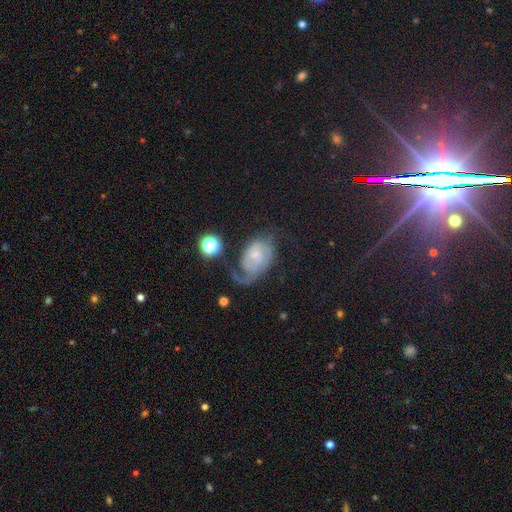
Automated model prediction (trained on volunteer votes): Smooth or featured? Predicted: featured or disk (p=0.72). Edge-on disk? Predicted: no (p=0.97). Bar? Predicted: no (p=0.62). Spiral arms? Predicted: yes (p=0.91). Spiral winding? Predicted: tight (p=0.39). Spiral arm count? Predicted: 2 (p=0.38). Bulge size? Predicted: small (p=0.58). Merging? Predicted: none (p=0.40).